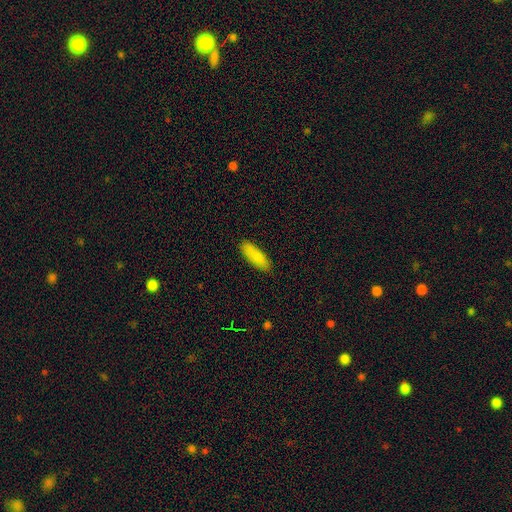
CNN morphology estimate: smooth 86%, featured or disk 7%, star or artifact 6%. Down the decision tree: how rounded — in between (53%); merging — none (87%).